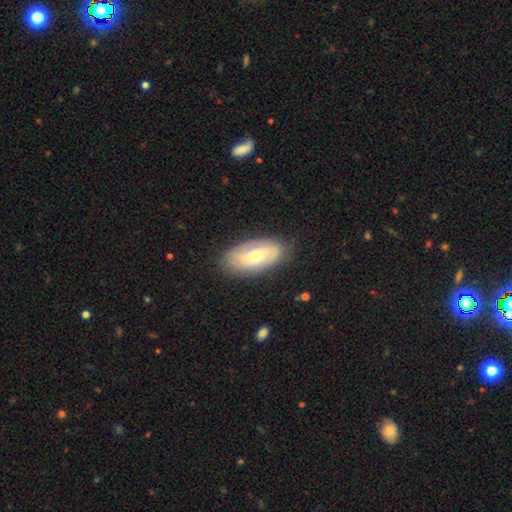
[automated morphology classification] The model was most divided on "smooth or featured": featured or disk: 51%, smooth: 43%, star or artifact: 6%. More confident: edge-on disk — no (88%); merging — none (82%).